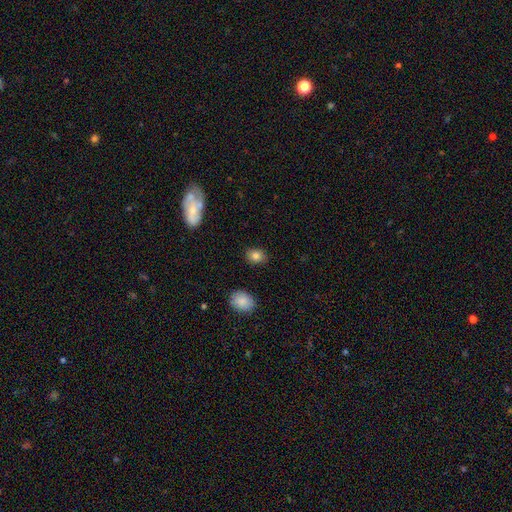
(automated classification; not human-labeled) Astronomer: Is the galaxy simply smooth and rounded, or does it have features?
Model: smooth — 84%.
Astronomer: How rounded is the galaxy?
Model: in between — 61% (runner-up: round, 38%).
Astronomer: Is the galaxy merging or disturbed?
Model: none — 86%.